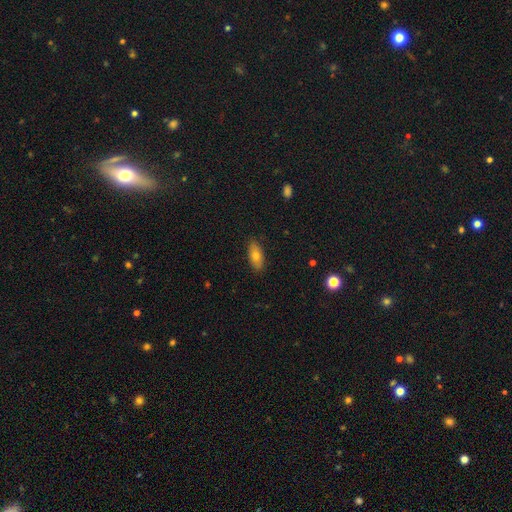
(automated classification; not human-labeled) smooth 72%, featured or disk 21%, star or artifact 7%. Down the decision tree: how rounded — in between (81%); merging — none (87%).